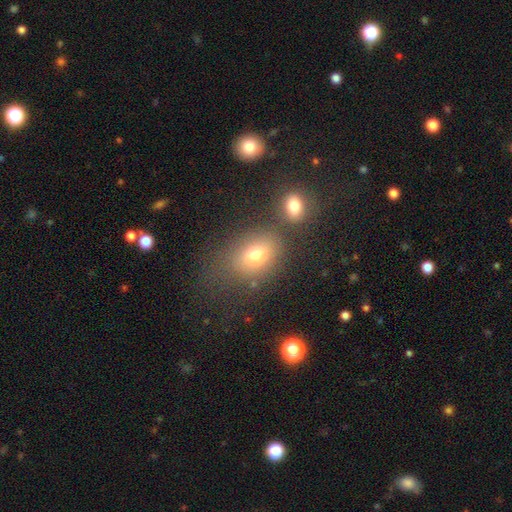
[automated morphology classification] Q: Smooth or featured?
A: smooth (70%); runner-up: star or artifact (16%)
Q: How rounded?
A: in between (67%); runner-up: round (31%)
Q: Merging?
A: none (58%); runner-up: minor disturbance (16%)